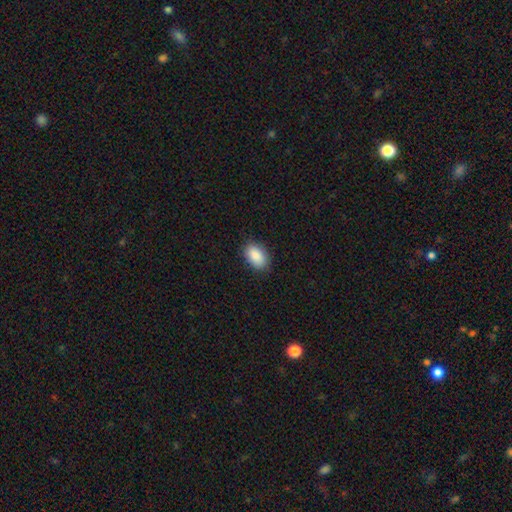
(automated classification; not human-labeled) This is clearly a smooth galaxy (89%). How rounded: clearly in between (91%). Merging: clearly none (86%).